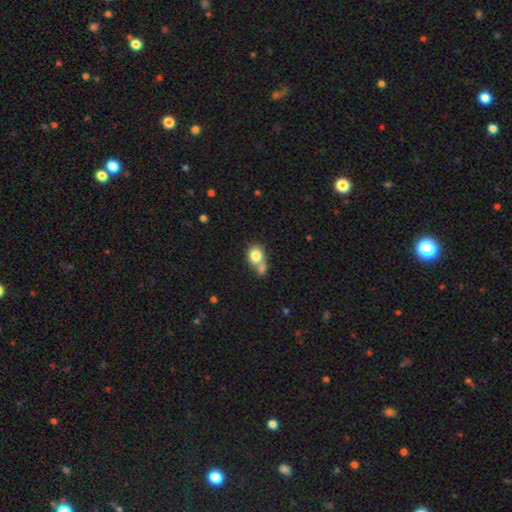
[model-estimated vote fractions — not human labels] smooth 79%, featured or disk 12%, star or artifact 9%. Down the decision tree: how rounded — round (61%); merging — merger (52%).